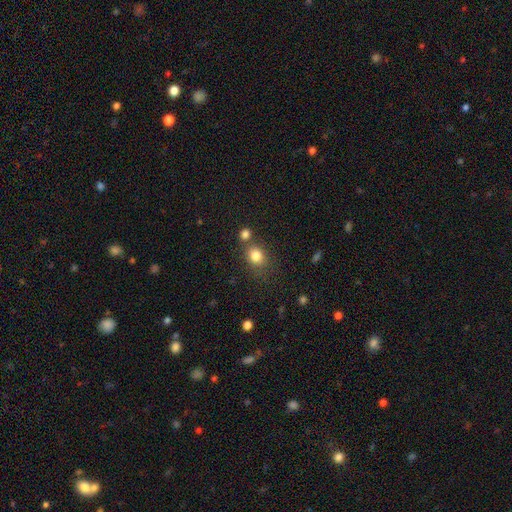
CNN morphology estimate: Smooth or featured: smooth — 81% (star or artifact — 11%)
How rounded: round — 57% (in between — 42%)
Merging: none — 62% (merger — 20%)